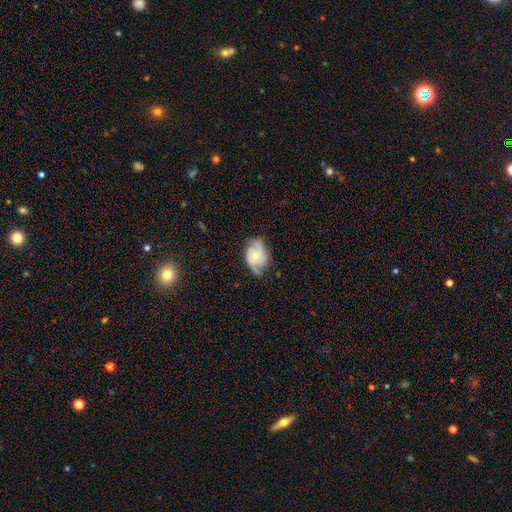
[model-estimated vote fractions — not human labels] This appears to be a featured or disk galaxy (67%) with no bar (73%), 2 (49%) medium (45%) spiral arms (92%) and a small central bulge (55%). Merging: none (63%).